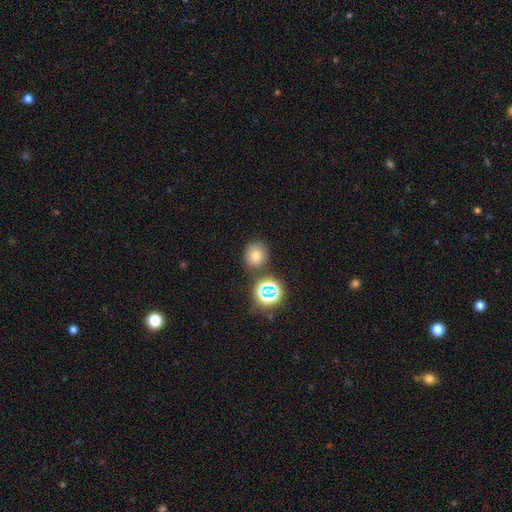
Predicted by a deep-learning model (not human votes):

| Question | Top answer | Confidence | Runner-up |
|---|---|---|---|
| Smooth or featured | smooth | 69% | star or artifact (23%) |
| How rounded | round | 78% | in between (21%) |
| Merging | none | 79% | minor disturbance (10%) |